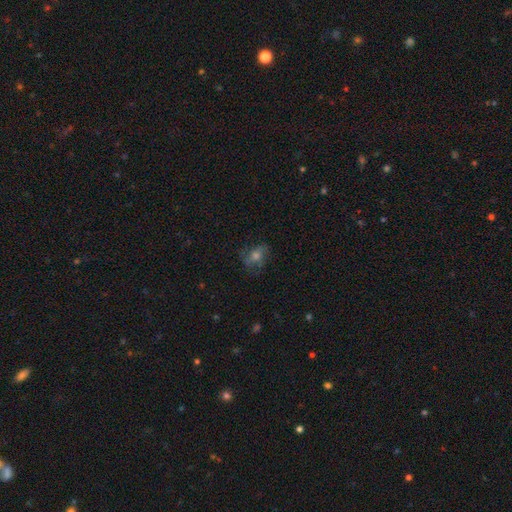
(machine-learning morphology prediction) Q: Smooth or featured?
A: smooth (43%); runner-up: featured or disk (37%)
Q: Merging?
A: none (64%); runner-up: minor disturbance (21%)